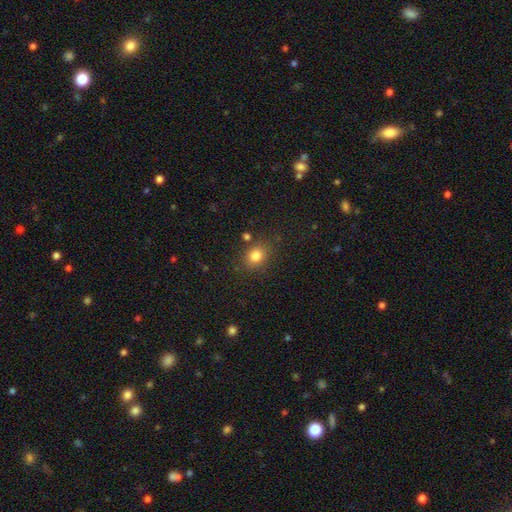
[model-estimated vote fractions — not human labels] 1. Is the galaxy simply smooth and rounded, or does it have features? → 81% smooth, 13% star or artifact, 6% featured or disk.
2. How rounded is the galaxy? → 64% round, 35% in between, 1% cigar-shaped.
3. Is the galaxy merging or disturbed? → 79% none, 11% minor disturbance, 5% merger, 4% major disturbance.